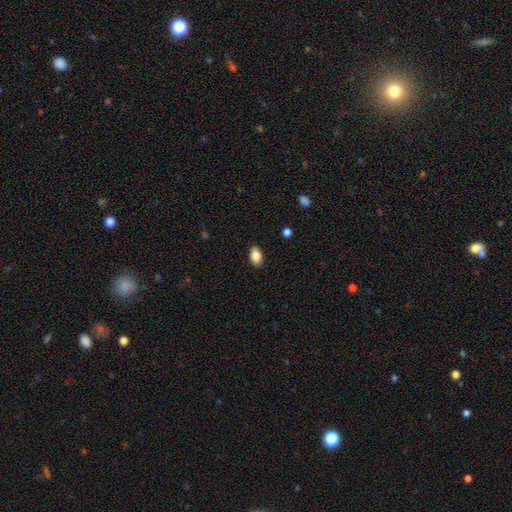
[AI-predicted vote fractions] A smooth galaxy with no disk features (87%) that is in between round and cigar-shaped (92%). Merging: none (89%).